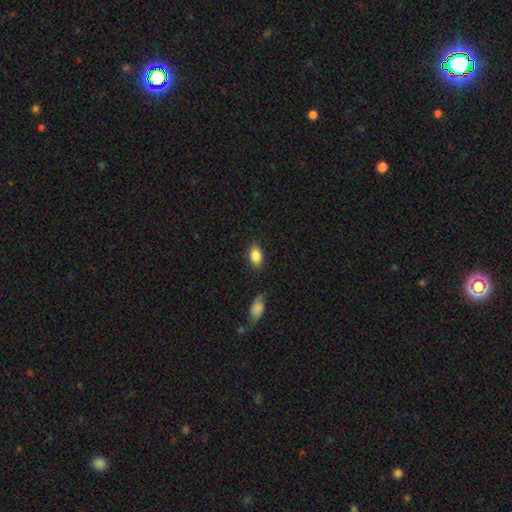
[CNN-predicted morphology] smooth-or-featured: smooth: 85% | star or artifact: 7% | featured or disk: 7%
  how-rounded: in between: 89% | round: 7% | cigar-shaped: 4%
  merging: none: 83% | minor disturbance: 12% | major disturbance: 3% | merger: 2%